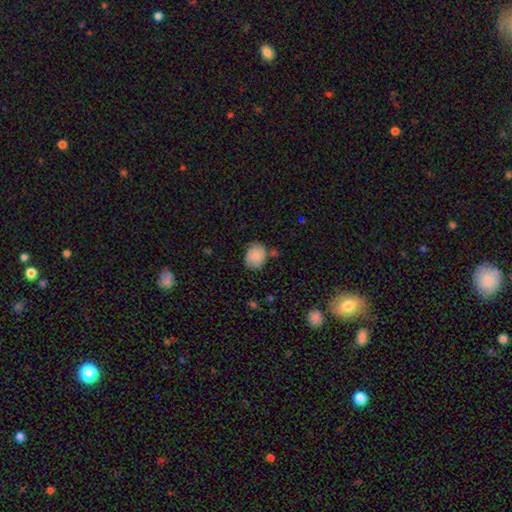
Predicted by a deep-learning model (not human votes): Q: Smooth or featured?
A: smooth (76%); runner-up: featured or disk (17%)
Q: How rounded?
A: round (58%); runner-up: in between (41%)
Q: Merging?
A: none (67%); runner-up: minor disturbance (23%)